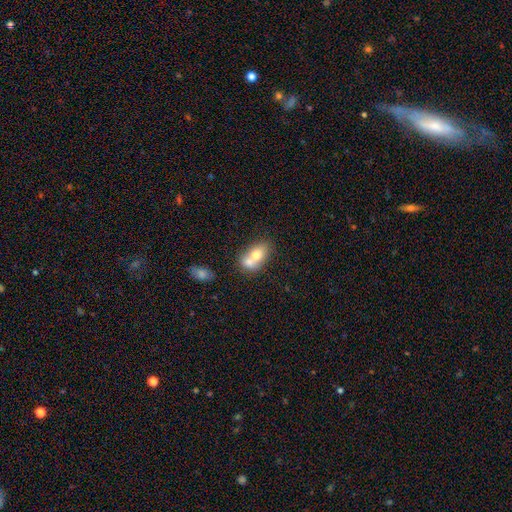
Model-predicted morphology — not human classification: Smooth or featured: smooth — 68% (featured or disk — 24%)
How rounded: in between — 75% (round — 23%)
Merging: merger — 65% (none — 23%)